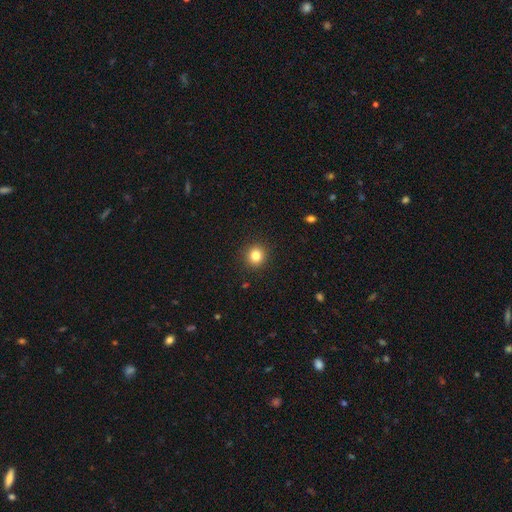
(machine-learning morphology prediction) This is clearly a smooth galaxy (83%). How rounded: clearly round (91%). Merging: clearly none (92%).